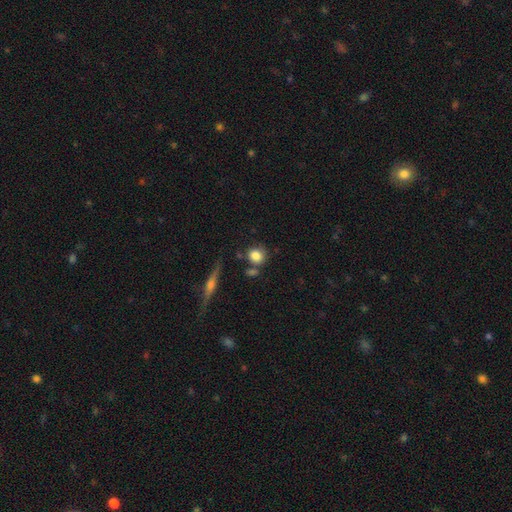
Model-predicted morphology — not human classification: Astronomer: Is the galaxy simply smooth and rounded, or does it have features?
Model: smooth — 82%.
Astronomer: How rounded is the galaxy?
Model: round — 82%.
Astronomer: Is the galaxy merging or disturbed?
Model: none — 71%.